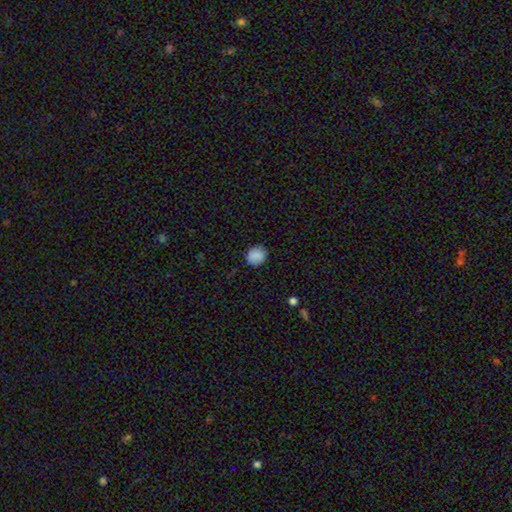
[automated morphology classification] smooth_or_featured: smooth (p=0.88) [alt: star or artifact p=0.09]
how_rounded: round (p=0.84) [alt: in between p=0.15]
merging: none (p=0.88) [alt: minor disturbance p=0.09]